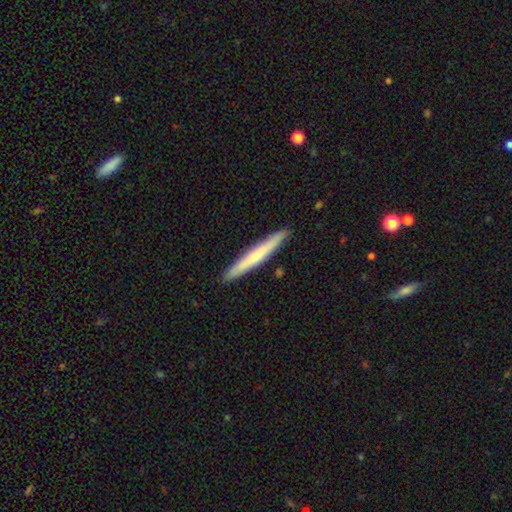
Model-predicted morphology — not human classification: This is possibly a smooth galaxy (57%). How rounded: clearly cigar-shaped (97%). Merging: clearly none (92%).